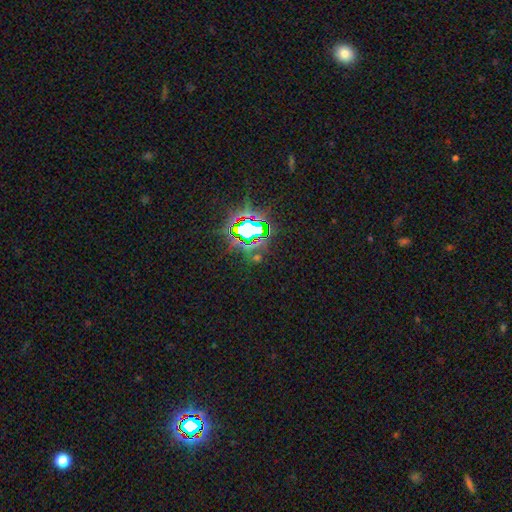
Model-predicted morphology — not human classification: Smooth or featured: star or artifact — 81% (smooth — 11%)